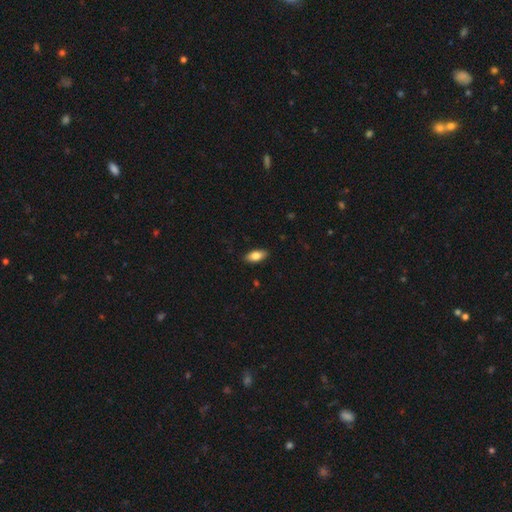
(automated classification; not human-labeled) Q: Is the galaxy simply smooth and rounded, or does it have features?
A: smooth — 81%.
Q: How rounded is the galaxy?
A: in between — 91%.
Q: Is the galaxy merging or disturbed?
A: none — 89%.